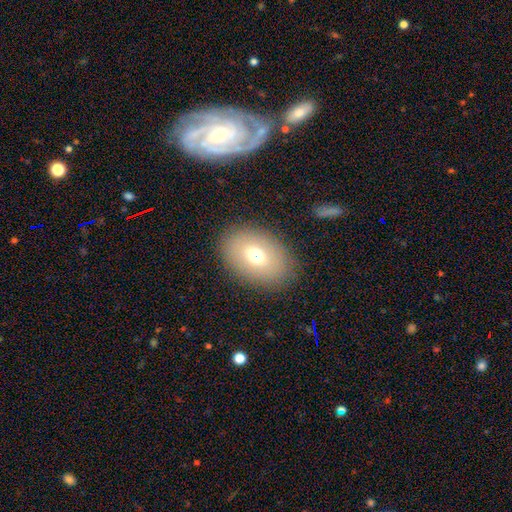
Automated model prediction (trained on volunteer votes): A smooth galaxy with no disk features (65%) that is in between round and cigar-shaped (78%).

Vote fractions:
- Smooth or featured? smooth: 65% / featured or disk: 21% / star or artifact: 13%
- How rounded? in between: 78% / round: 21% / cigar-shaped: 1%
- Merging? none: 82% / minor disturbance: 10% / major disturbance: 5% / merger: 2%